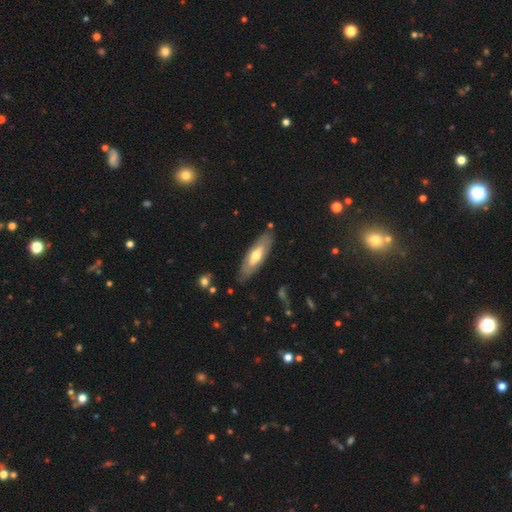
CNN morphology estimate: A smooth galaxy with no disk features (49%). Merging: none (83%).